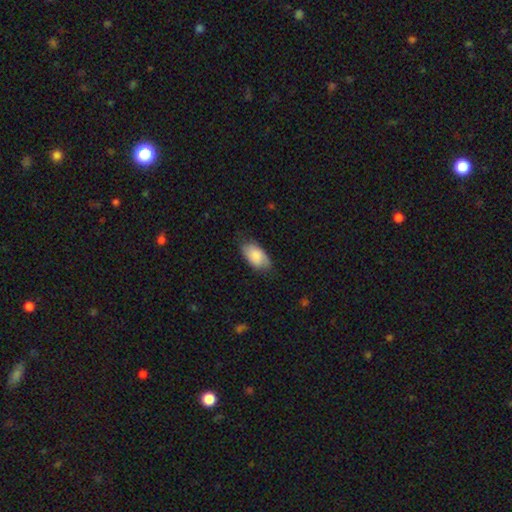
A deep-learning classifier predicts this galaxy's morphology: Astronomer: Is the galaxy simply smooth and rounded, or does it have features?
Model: smooth — 82%.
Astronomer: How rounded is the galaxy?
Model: in between — 94%.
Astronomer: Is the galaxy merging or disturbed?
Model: none — 70%.